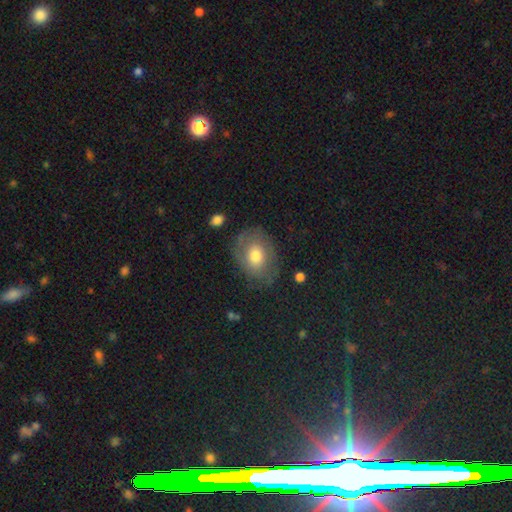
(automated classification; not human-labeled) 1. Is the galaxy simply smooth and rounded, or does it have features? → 55% smooth, 36% featured or disk, 9% star or artifact.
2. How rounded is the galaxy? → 63% in between, 36% round, 1% cigar-shaped.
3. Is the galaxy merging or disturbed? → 71% none, 19% minor disturbance, 8% major disturbance, 2% merger.